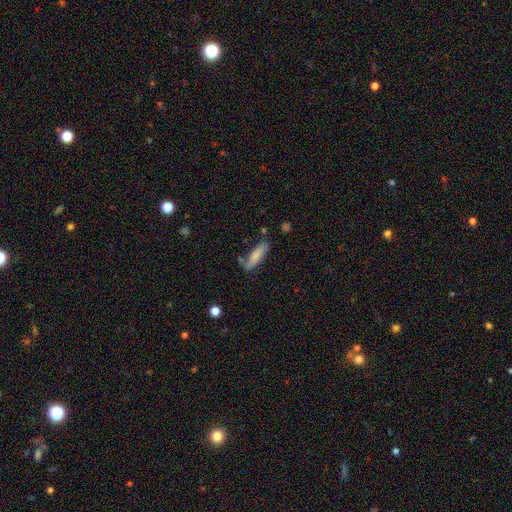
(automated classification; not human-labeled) smooth-or-featured: smooth: 71% | featured or disk: 22% | star or artifact: 7%
  how-rounded: cigar-shaped: 56% | in between: 42% | round: 2%
  merging: none: 58% | minor disturbance: 24% | merger: 9% | major disturbance: 9%